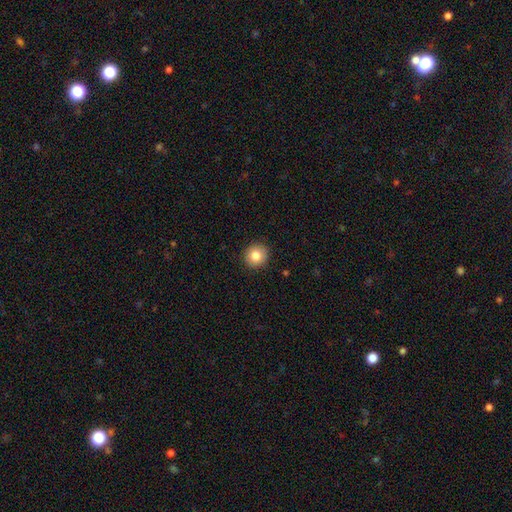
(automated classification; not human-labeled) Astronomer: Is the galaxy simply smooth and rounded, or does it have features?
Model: smooth — 84%.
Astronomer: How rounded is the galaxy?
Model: round — 91%.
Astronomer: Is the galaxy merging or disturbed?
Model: none — 92%.